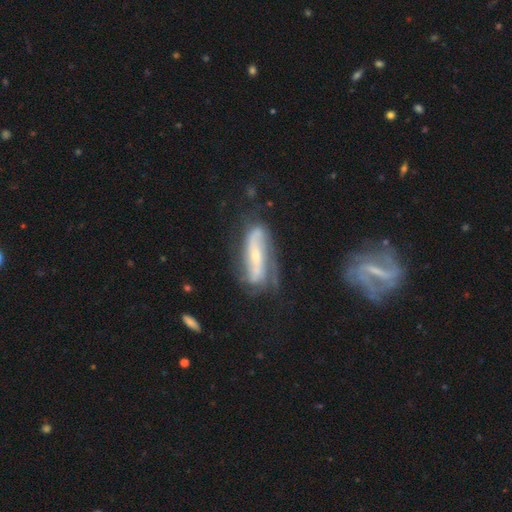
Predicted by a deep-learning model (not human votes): Smooth or featured: featured or disk — 78% (smooth — 16%)
Edge-on disk: no — 81% (yes — 19%)
Bar: strong — 40% (no — 35%)
Spiral arms: yes — 89% (no — 11%)
Spiral winding: loose — 40% (medium — 34%)
Spiral arm count: 2 — 75% (can't tell — 15%)
Bulge size: small — 65% (moderate — 29%)
Merging: none — 57% (minor disturbance — 23%)